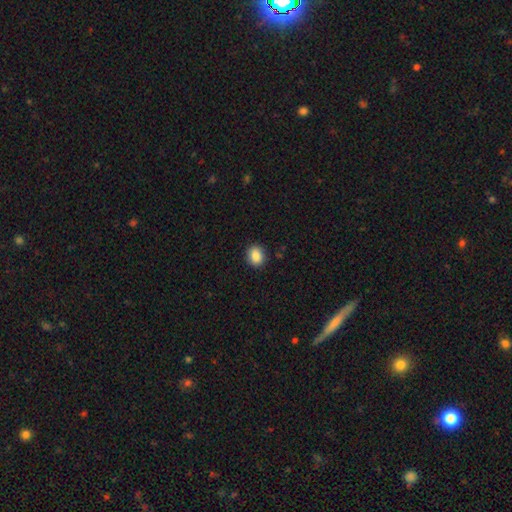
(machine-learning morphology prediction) A smooth galaxy with no disk features (87%) that is round (65%).

Vote fractions:
- Smooth or featured? smooth: 87% / star or artifact: 9% / featured or disk: 4%
- How rounded? round: 65% / in between: 34% / cigar-shaped: 1%
- Merging? none: 91% / minor disturbance: 7% / major disturbance: 2% / merger: 1%